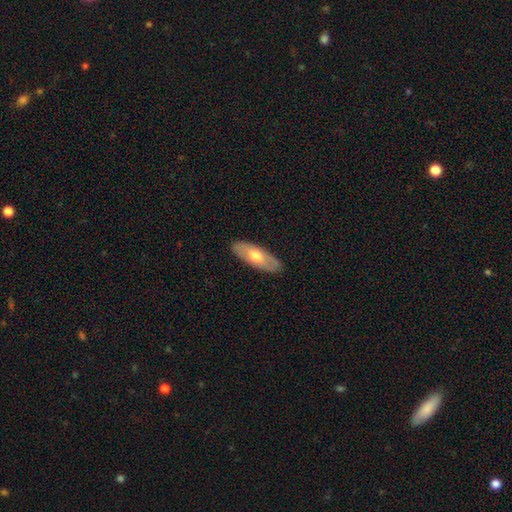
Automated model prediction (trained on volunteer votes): This appears to be a smooth galaxy with no disk features (56%) that is in between round and cigar-shaped (74%). Merging: none (87%).